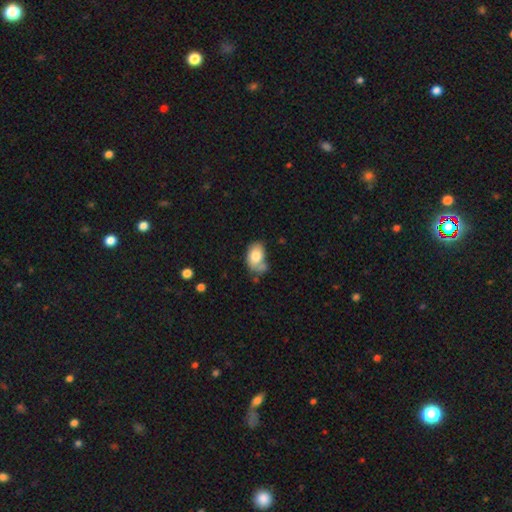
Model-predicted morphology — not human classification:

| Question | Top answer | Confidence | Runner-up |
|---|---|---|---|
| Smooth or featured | smooth | 76% | featured or disk (16%) |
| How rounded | in between | 83% | round (15%) |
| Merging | none | 36% | minor disturbance (31%) |